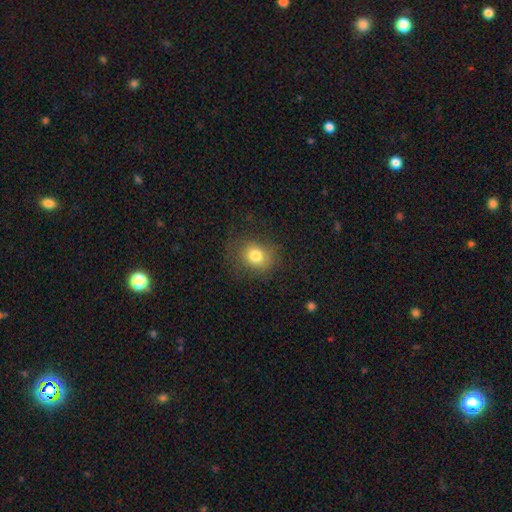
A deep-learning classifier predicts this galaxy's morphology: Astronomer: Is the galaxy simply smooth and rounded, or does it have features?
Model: smooth — 79%.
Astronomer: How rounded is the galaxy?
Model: round — 67%.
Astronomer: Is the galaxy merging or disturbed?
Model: none — 75%.